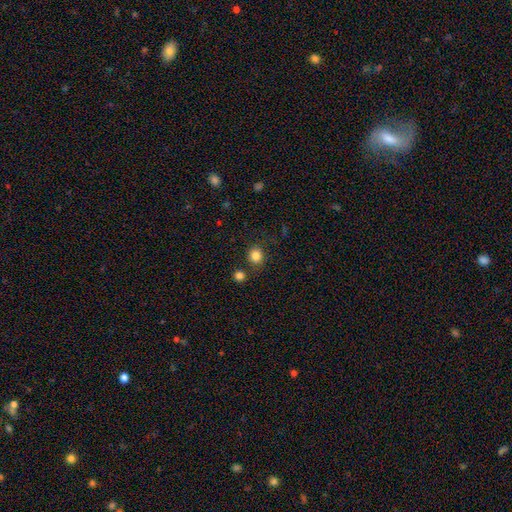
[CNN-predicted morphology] Smooth or featured: smooth — 83% (star or artifact — 12%)
How rounded: round — 84% (in between — 15%)
Merging: none — 83% (minor disturbance — 8%)